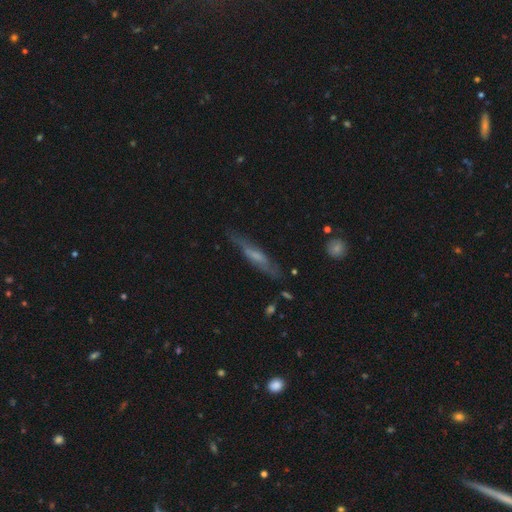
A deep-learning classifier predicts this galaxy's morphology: type=featured or disk (55%); edge-on=yes (76%); merging=none (74%).